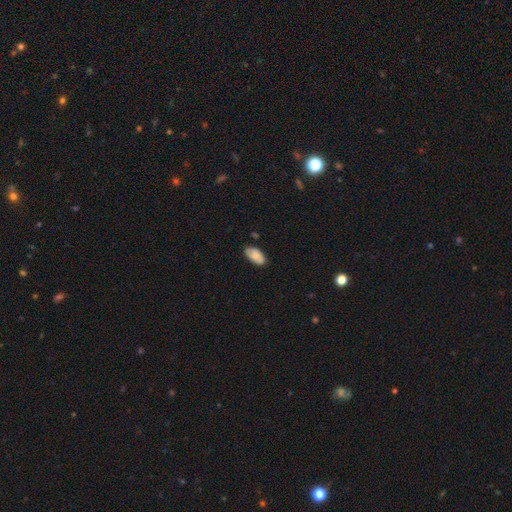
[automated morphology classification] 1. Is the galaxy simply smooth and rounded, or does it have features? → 79% smooth, 14% featured or disk, 7% star or artifact.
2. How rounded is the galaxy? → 94% in between, 3% cigar-shaped, 3% round.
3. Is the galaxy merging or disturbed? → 78% none, 18% minor disturbance, 3% major disturbance, 1% merger.